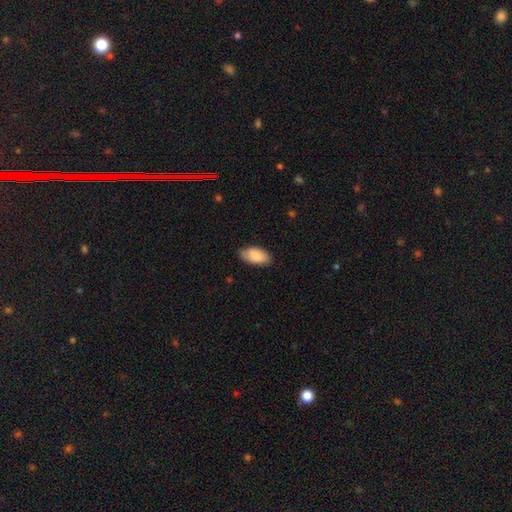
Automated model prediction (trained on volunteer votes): Q: Smooth or featured?
A: smooth (86%); runner-up: featured or disk (8%)
Q: How rounded?
A: in between (94%); runner-up: cigar-shaped (4%)
Q: Merging?
A: none (78%); runner-up: minor disturbance (18%)